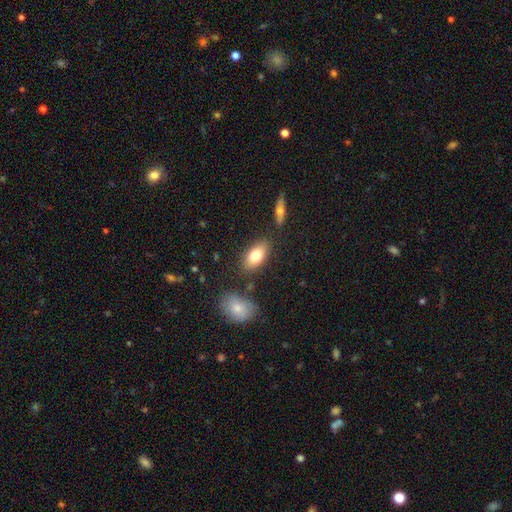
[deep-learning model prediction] smooth_or_featured: smooth (p=0.77) [alt: featured or disk p=0.16]
how_rounded: in between (p=0.89) [alt: cigar-shaped p=0.06]
merging: none (p=0.80) [alt: minor disturbance p=0.12]